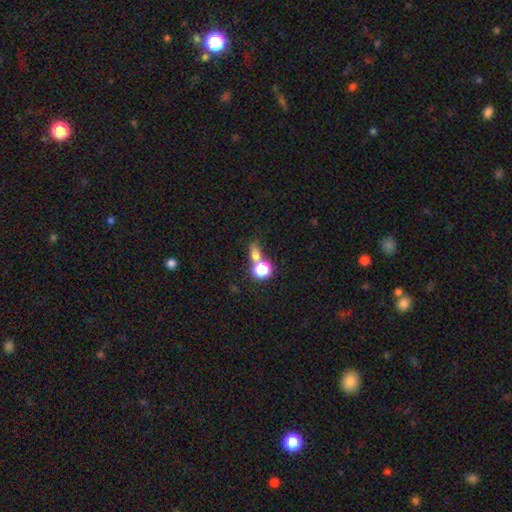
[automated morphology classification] A smooth galaxy with no disk features (68%) that is round (50%). Merging: none (45%).